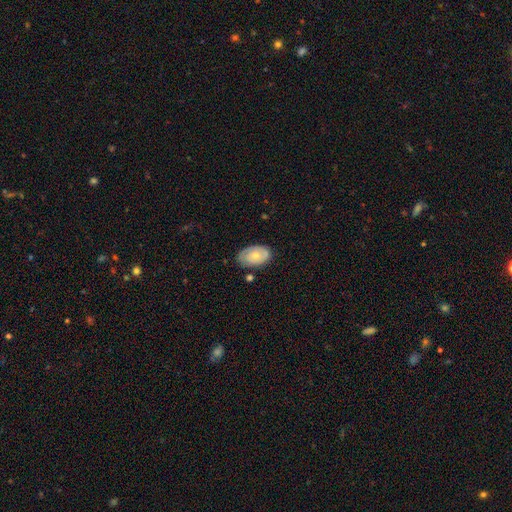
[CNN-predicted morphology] Smooth or featured?
  - featured or disk: 49% *
  - smooth: 45%
  - star or artifact: 6%
Merging?
  - none: 70% *
  - minor disturbance: 21%
  - major disturbance: 5%
  - merger: 3%